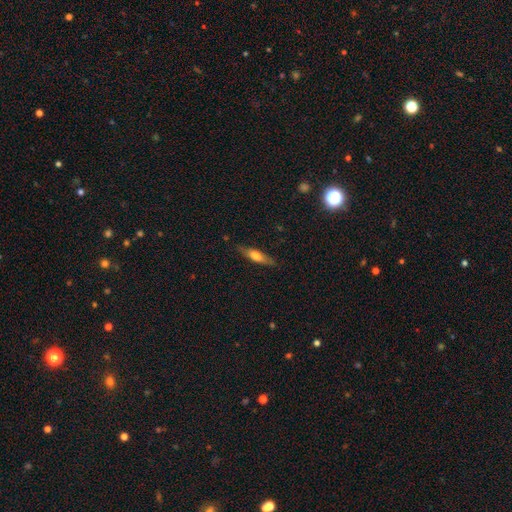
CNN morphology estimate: Smooth or featured? smooth (55%)
How rounded? cigar-shaped (70%)
Merging? none (82%)